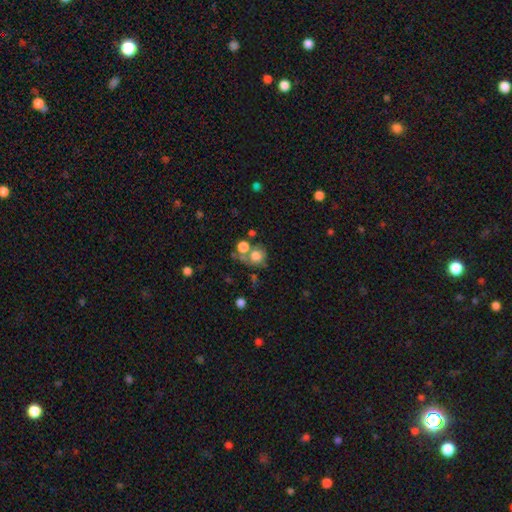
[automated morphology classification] The model was most divided on "merging": none: 38%, merger: 36%, minor disturbance: 14%, major disturbance: 12%. More confident: how rounded — round (75%); smooth or featured — smooth (70%).